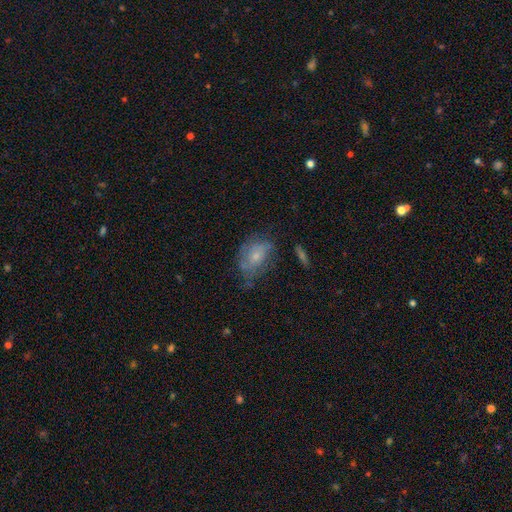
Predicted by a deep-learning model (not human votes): smooth 50%, featured or disk 40%, star or artifact 9%. Down the decision tree: how rounded — in between (81%); merging — none (44%).